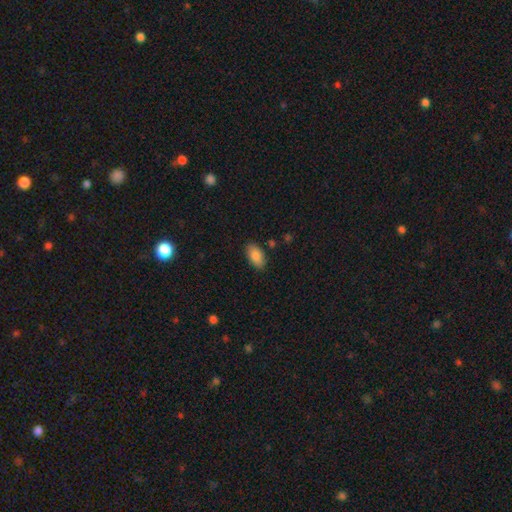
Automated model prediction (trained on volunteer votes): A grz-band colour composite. It shows a smooth galaxy with no disk features (86%) that is in between round and cigar-shaped (94%). Merging: none (86%).